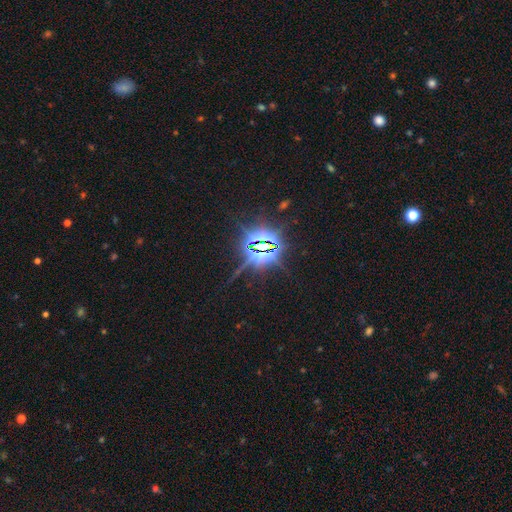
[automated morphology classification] smooth_or_featured: star or artifact (p=0.85) [alt: smooth p=0.08]